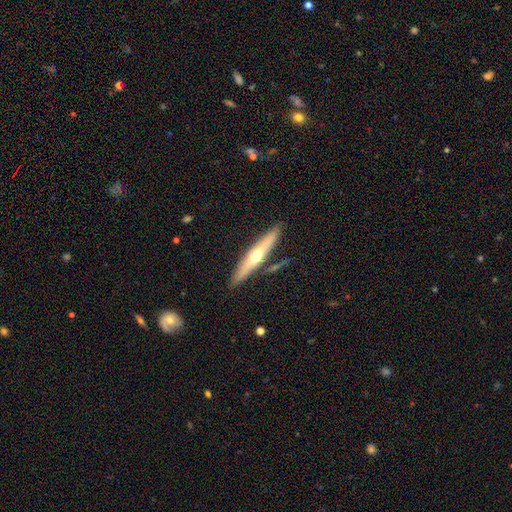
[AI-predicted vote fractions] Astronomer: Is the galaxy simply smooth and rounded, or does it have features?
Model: featured or disk — 55% (runner-up: smooth, 39%).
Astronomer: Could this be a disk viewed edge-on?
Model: yes — 91%.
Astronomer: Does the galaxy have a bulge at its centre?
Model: rounded — 86%.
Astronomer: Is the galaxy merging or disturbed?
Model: none — 83%.